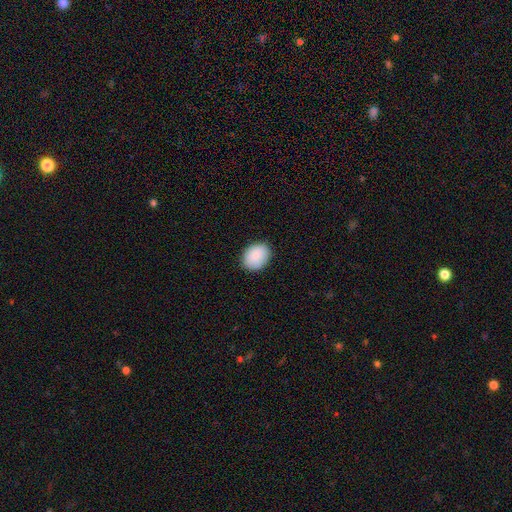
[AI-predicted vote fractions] Overall: smooth (89%). How rounded: in between (68%; round 31%). Merging: none (86%).